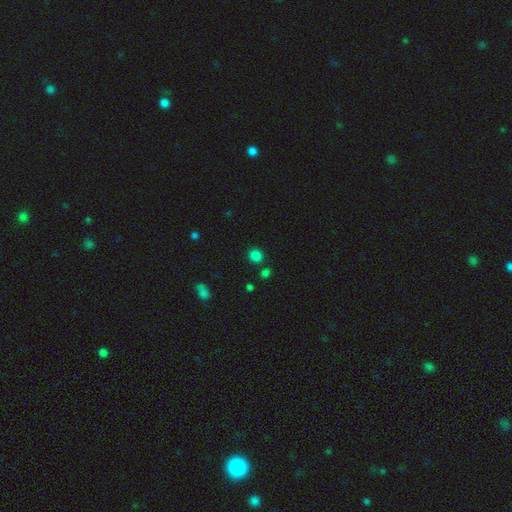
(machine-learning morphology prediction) smooth-or-featured: smooth: 80% | star or artifact: 16% | featured or disk: 4%
  how-rounded: round: 82% | in between: 17% | cigar-shaped: 1%
  merging: none: 82% | minor disturbance: 8% | merger: 7% | major disturbance: 3%